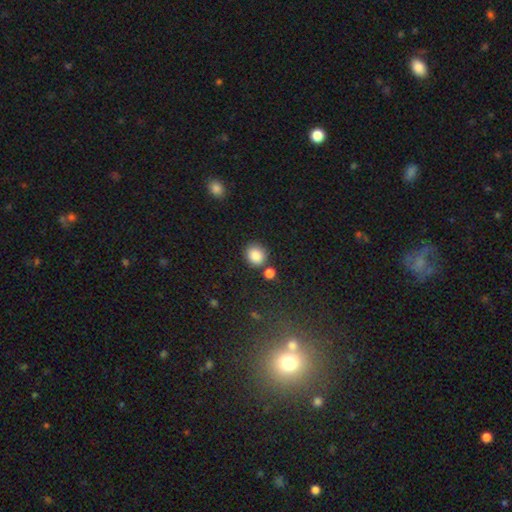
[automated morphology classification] Smooth or featured? smooth (86%)
How rounded? round (74%)
Merging? none (76%)